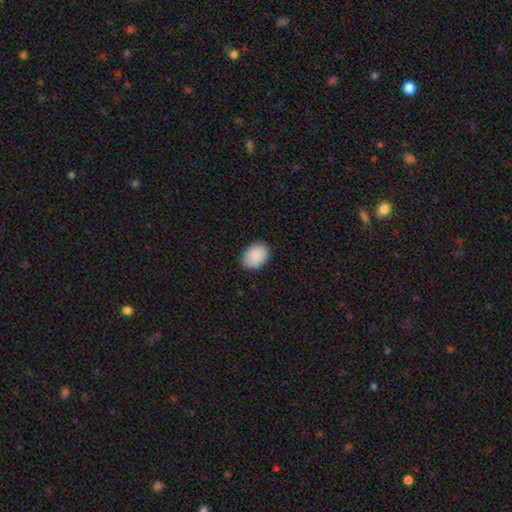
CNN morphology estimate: This appears to be a smooth galaxy with no disk features (90%) that is in between round and cigar-shaped (78%). Merging: none (86%).